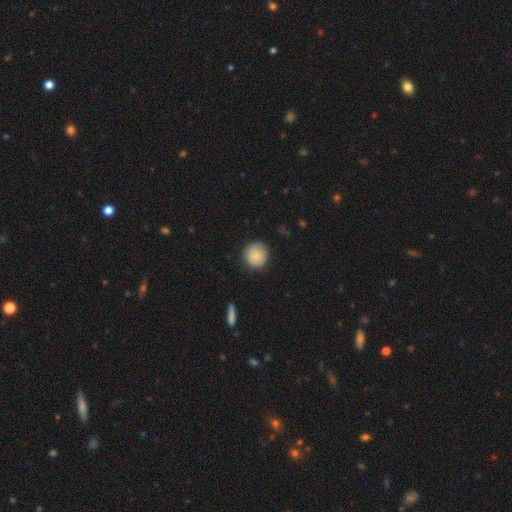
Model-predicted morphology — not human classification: The model was most divided on "smooth or featured": smooth: 80%, featured or disk: 13%, star or artifact: 7%. More confident: how rounded — round (94%); merging — none (85%).